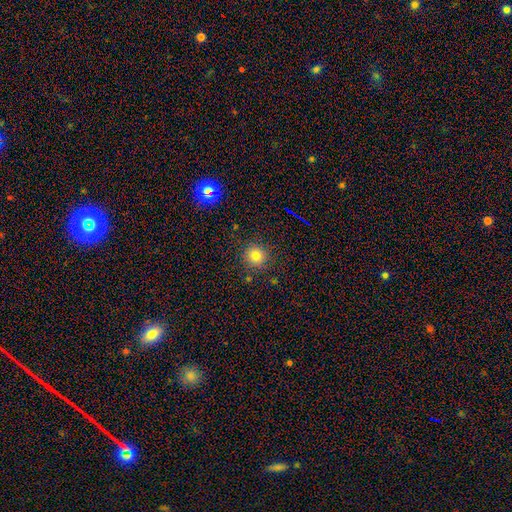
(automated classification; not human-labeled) smooth_or_featured: smooth (p=0.77) [alt: star or artifact p=0.15]
how_rounded: round (p=0.93) [alt: in between p=0.06]
merging: none (p=0.88) [alt: minor disturbance p=0.08]